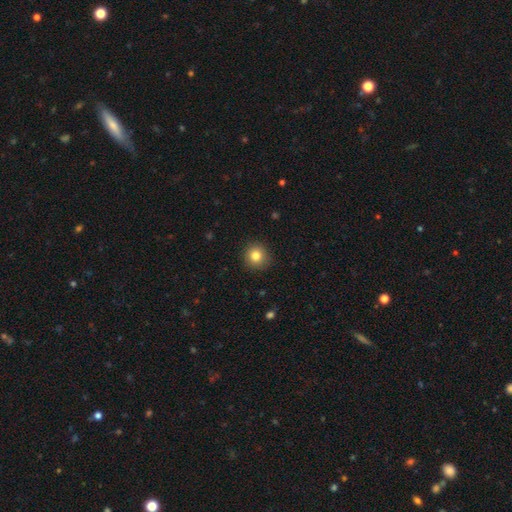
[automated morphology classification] type=smooth (82%); roundness=round (92%); merging=none (91%).